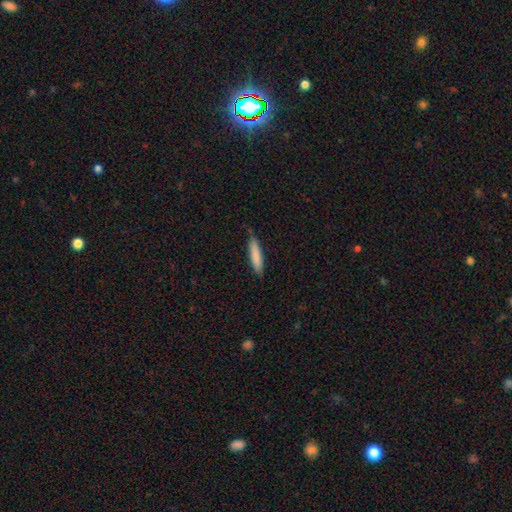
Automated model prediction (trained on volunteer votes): This appears to be a smooth galaxy with no disk features (83%) that is cigar-shaped (84%). Merging: none (84%).